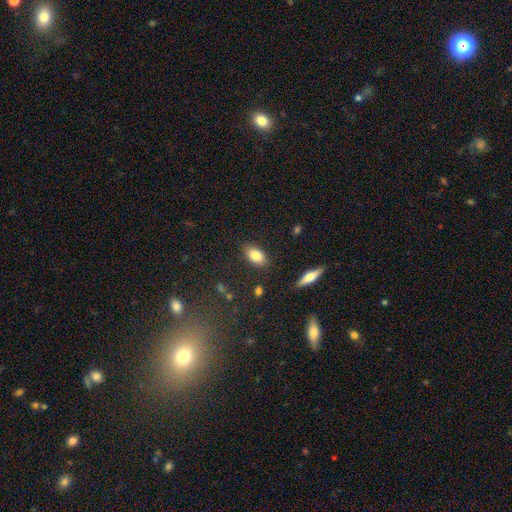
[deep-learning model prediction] Smooth or featured? Predicted: smooth (p=0.84). How rounded? Predicted: in between (p=0.90). Merging? Predicted: none (p=0.85).